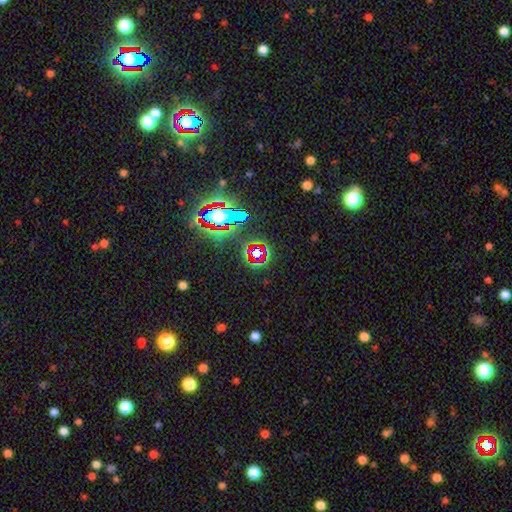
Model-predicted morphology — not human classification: A star or artifact, not a galaxy (68%).